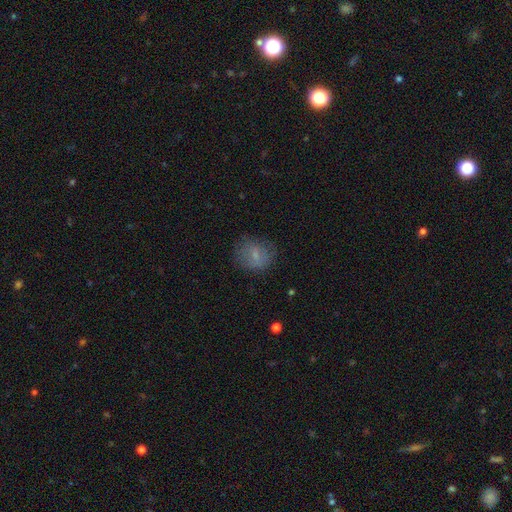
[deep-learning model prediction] Smooth or featured? smooth (68%)
How rounded? round (64%)
Merging? none (70%)